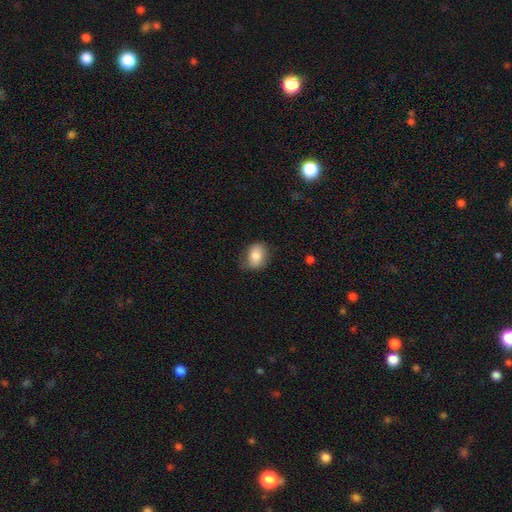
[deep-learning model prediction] Smooth or featured?
  - smooth: 80% *
  - featured or disk: 12%
  - star or artifact: 8%
How rounded?
  - in between: 64% *
  - round: 35%
  - cigar-shaped: 1%
Merging?
  - none: 69% *
  - minor disturbance: 24%
  - major disturbance: 6%
  - merger: 1%